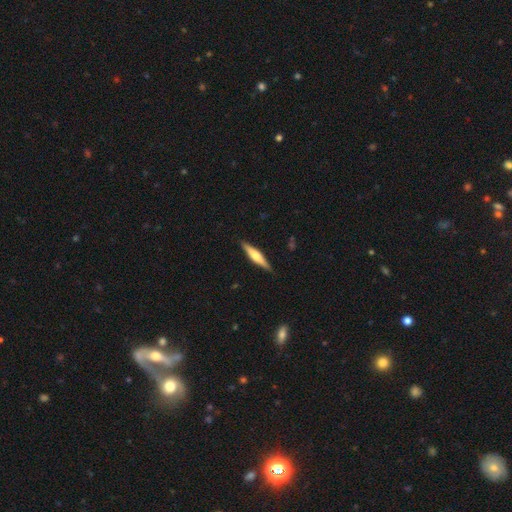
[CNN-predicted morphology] Smooth or featured? Predicted: featured or disk (p=0.60). Edge-on disk? Predicted: yes (p=0.96). Edge-on bulge? Predicted: rounded (p=0.83). Merging? Predicted: none (p=0.89).